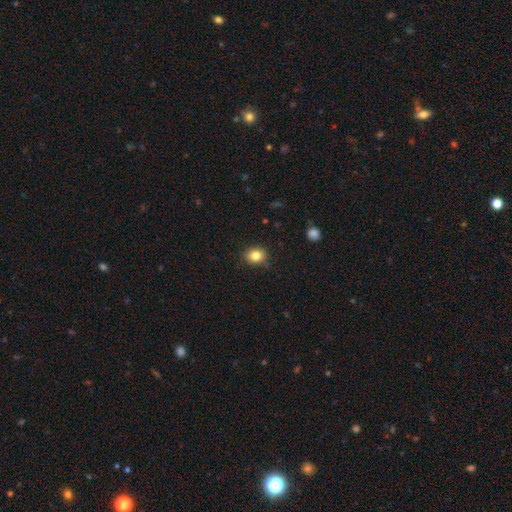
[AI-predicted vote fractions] Q: Smooth or featured?
A: smooth (83%); runner-up: star or artifact (11%)
Q: How rounded?
A: round (57%); runner-up: in between (42%)
Q: Merging?
A: none (85%); runner-up: minor disturbance (11%)